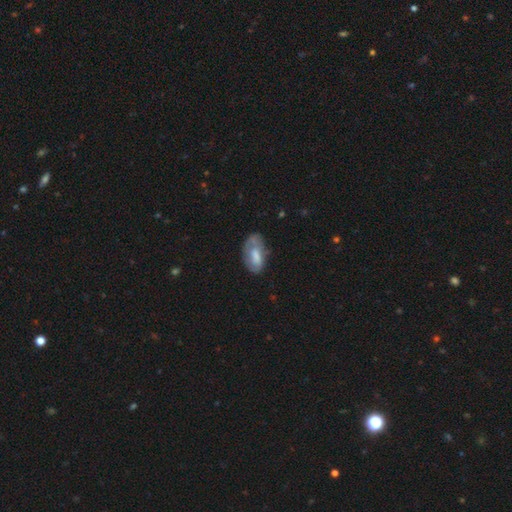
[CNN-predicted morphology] This appears to be a smooth galaxy with no disk features (58%) that is in between round and cigar-shaped (91%). Merging: none (46%).